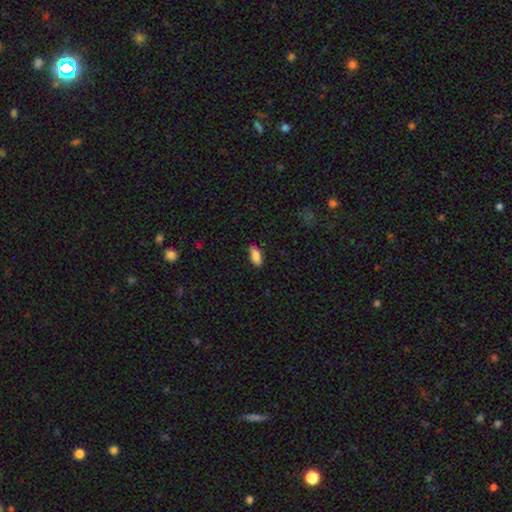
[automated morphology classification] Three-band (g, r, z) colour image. It shows a smooth galaxy with no disk features (86%) that is in between round and cigar-shaped (89%). Merging: none (83%).